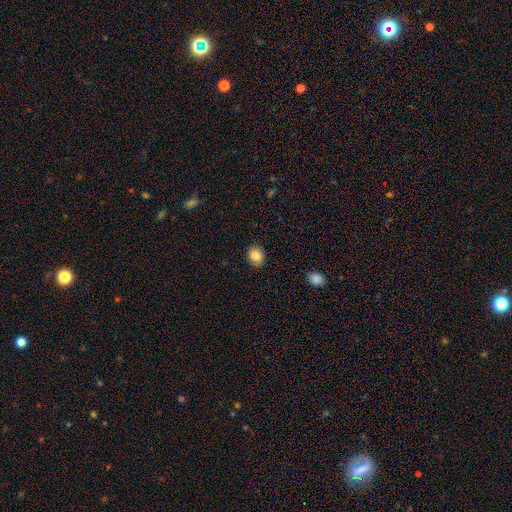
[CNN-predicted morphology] This is clearly a smooth galaxy (84%). How rounded: likely round (68%). Merging: clearly none (90%).